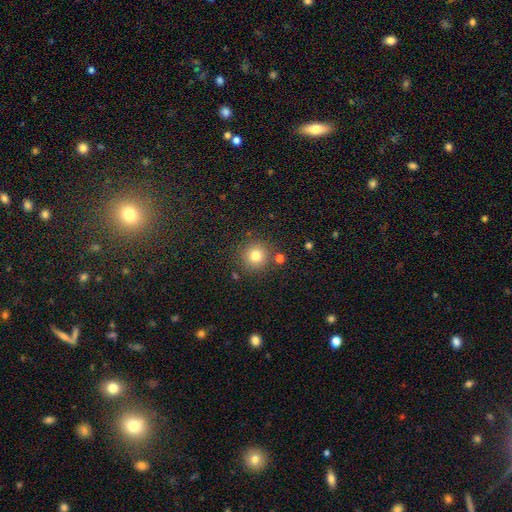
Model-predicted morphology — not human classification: Smooth or featured?
  - smooth: 79% *
  - star or artifact: 13%
  - featured or disk: 8%
How rounded?
  - round: 95% *
  - in between: 5%
  - cigar-shaped: 1%
Merging?
  - none: 85% *
  - minor disturbance: 7%
  - merger: 5%
  - major disturbance: 3%